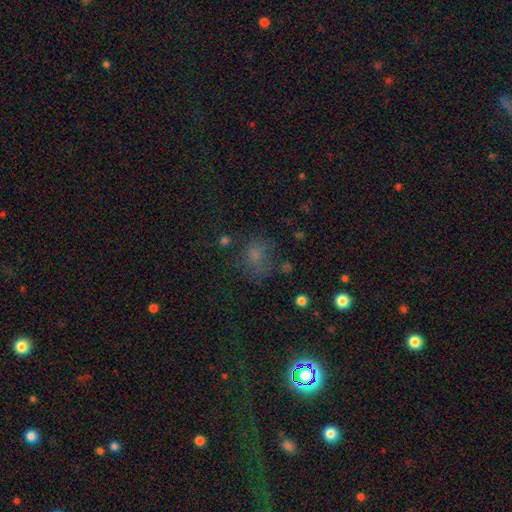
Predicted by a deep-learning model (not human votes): This appears to be a smooth galaxy with no disk features (59%) that is round (58%). Merging: none (55%).